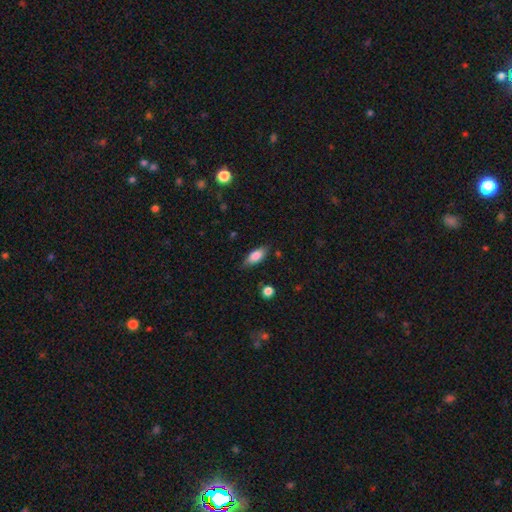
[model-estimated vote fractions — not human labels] Q: Smooth or featured?
A: smooth (80%); runner-up: featured or disk (13%)
Q: How rounded?
A: in between (81%); runner-up: cigar-shaped (16%)
Q: Merging?
A: none (81%); runner-up: minor disturbance (14%)